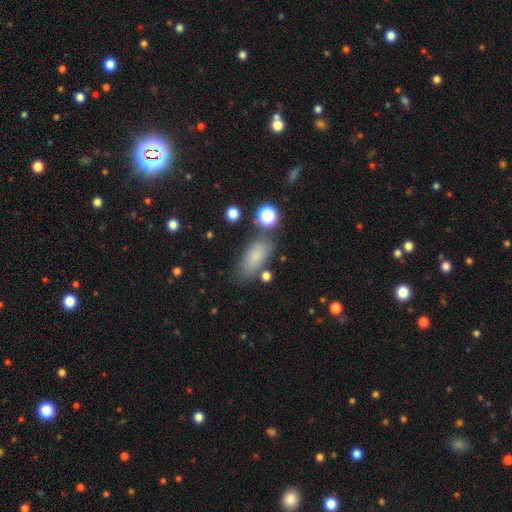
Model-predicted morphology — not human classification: This is likely a smooth galaxy (79%). How rounded: clearly in between (82%). Merging: likely none (71%).